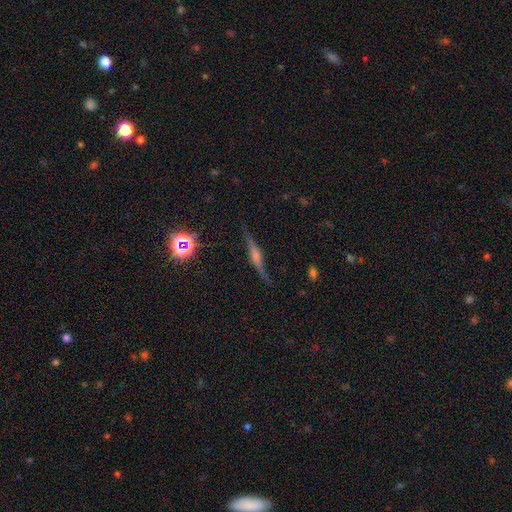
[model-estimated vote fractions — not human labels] This is likely a featured or disk galaxy (70%). It is clearly viewed edge-on (90%). Edge-on bulge: likely rounded (62%). Merging: likely none (79%).